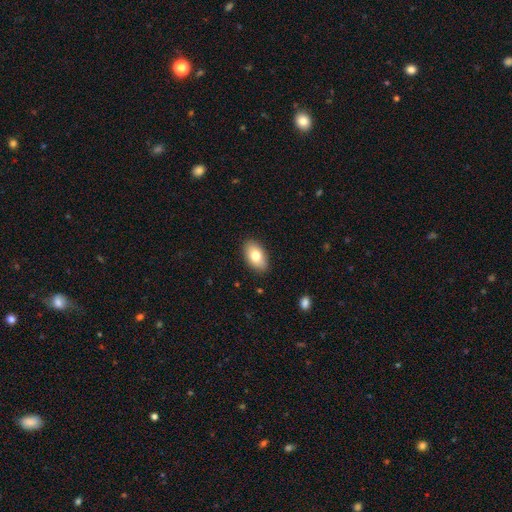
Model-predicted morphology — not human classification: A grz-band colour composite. It shows a smooth galaxy with no disk features (77%) that is in between round and cigar-shaped (92%). Merging: none (87%).